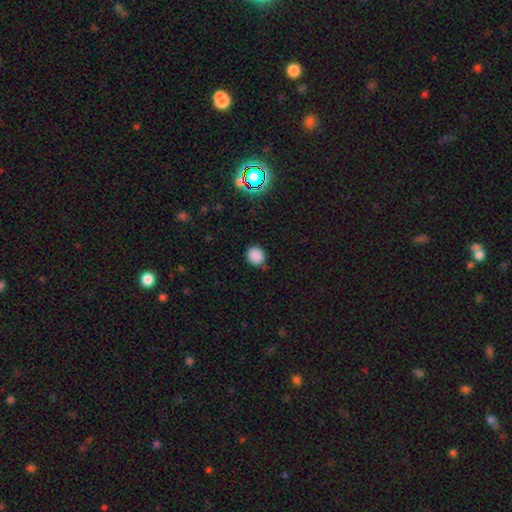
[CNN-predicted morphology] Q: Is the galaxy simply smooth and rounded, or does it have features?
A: smooth — 83%.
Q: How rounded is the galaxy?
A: round — 90%.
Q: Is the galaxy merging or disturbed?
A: none — 82%.